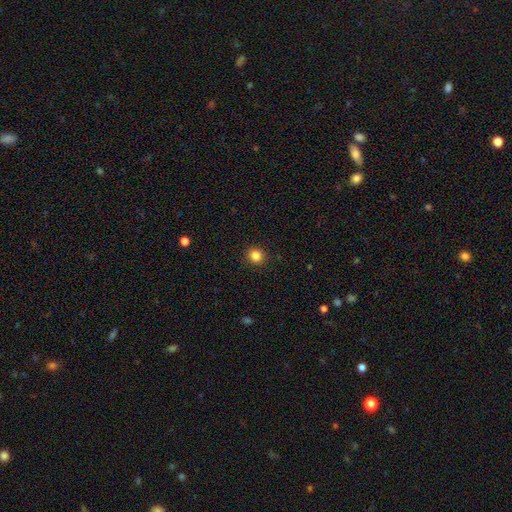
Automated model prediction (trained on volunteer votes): A smooth galaxy with no disk features (84%) that is round (87%). Merging: none (91%).